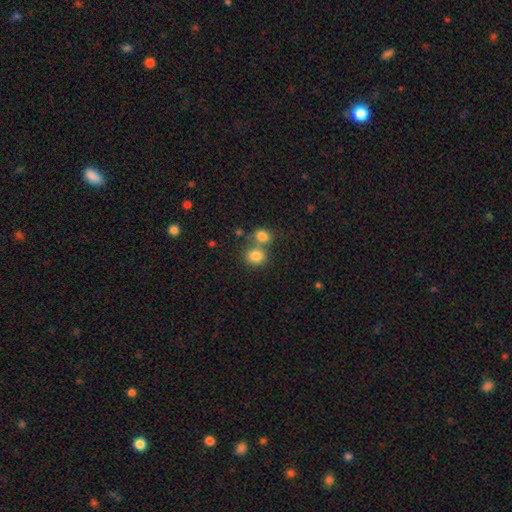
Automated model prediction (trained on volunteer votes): Smooth or featured: smooth — 82% (star or artifact — 11%)
How rounded: round — 69% (in between — 30%)
Merging: none — 47% (merger — 42%)